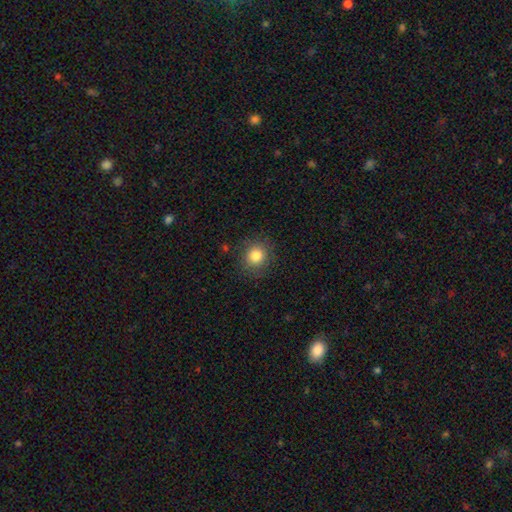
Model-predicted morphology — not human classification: smooth 82%, star or artifact 11%, featured or disk 7%. Down the decision tree: how rounded — round (85%); merging — none (87%).